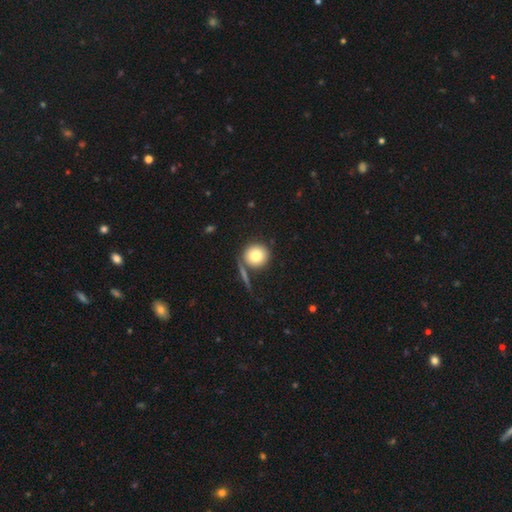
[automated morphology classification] Smooth or featured: smooth — 78% (featured or disk — 12%)
How rounded: round — 93% (in between — 6%)
Merging: none — 72% (merger — 12%)